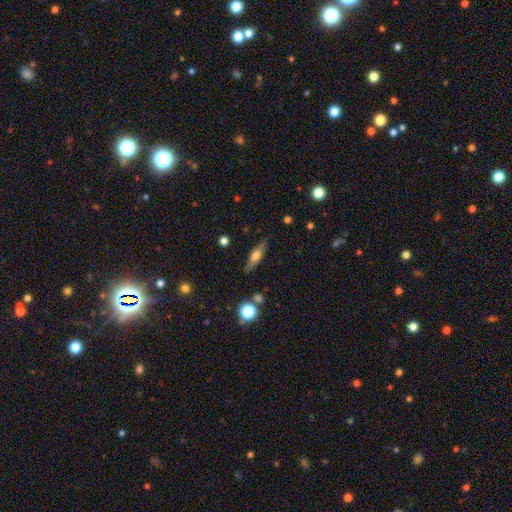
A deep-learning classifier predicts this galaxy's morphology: Q: Smooth or featured?
A: smooth (55%); runner-up: featured or disk (37%)
Q: How rounded?
A: cigar-shaped (58%); runner-up: in between (38%)
Q: Merging?
A: none (83%); runner-up: minor disturbance (12%)